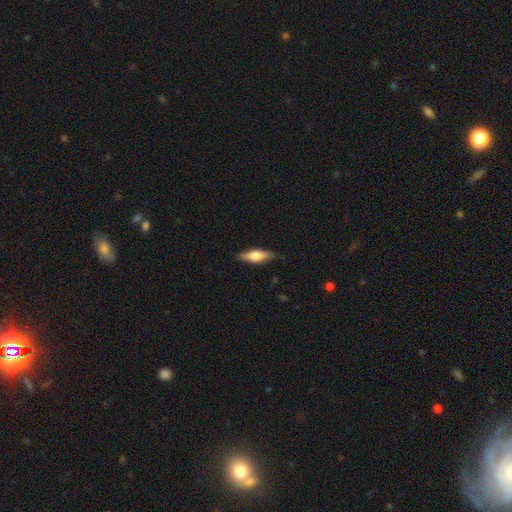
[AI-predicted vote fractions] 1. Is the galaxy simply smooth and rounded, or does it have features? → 59% smooth, 35% featured or disk, 6% star or artifact.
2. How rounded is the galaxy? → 51% cigar-shaped, 47% in between, 2% round.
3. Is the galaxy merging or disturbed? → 87% none, 10% minor disturbance, 2% major disturbance, 1% merger.